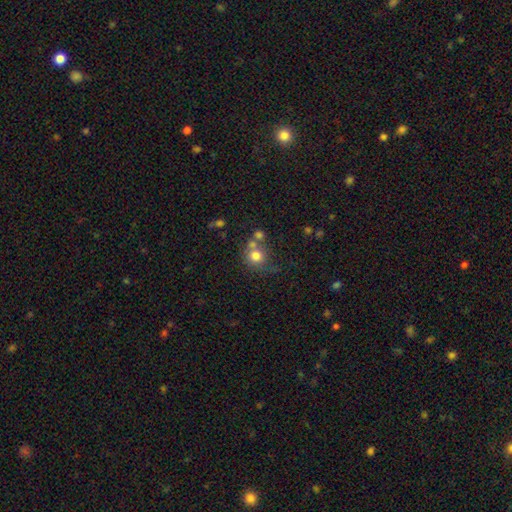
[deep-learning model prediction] Smooth or featured? Predicted: smooth (p=0.75). How rounded? Predicted: round (p=0.87). Merging? Predicted: none (p=0.51).